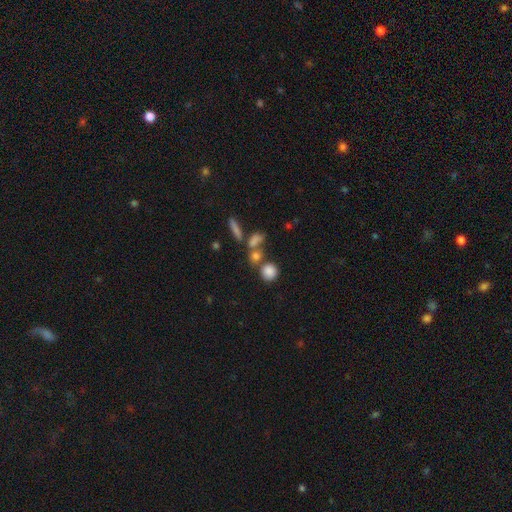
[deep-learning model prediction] Morphology: type=smooth (76%); roundness=round (65%); merging=none (50%).